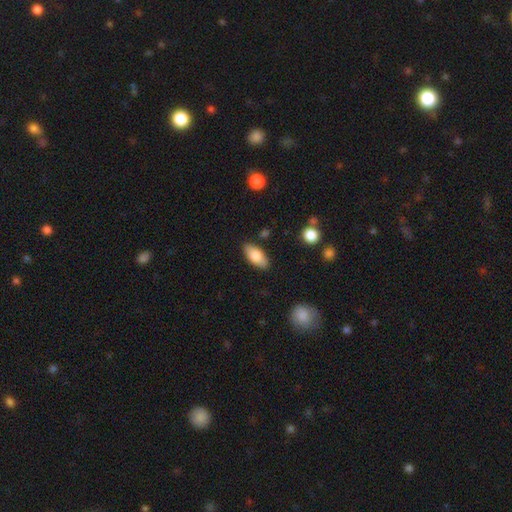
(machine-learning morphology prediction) The model was most divided on "smooth or featured": smooth: 78%, featured or disk: 16%, star or artifact: 6%. More confident: how rounded — in between (88%); merging — none (85%).